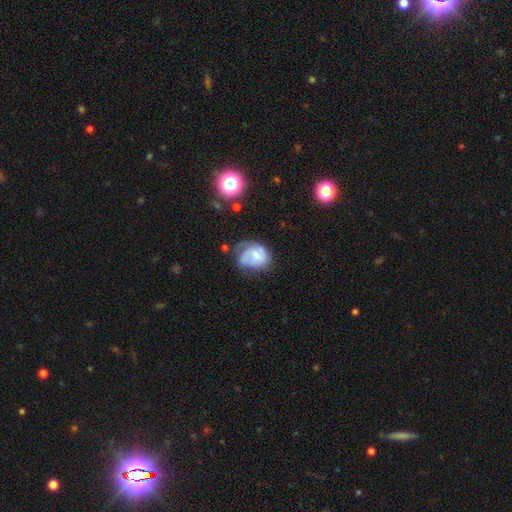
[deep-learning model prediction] Smooth or featured?
  - featured or disk: 53% *
  - smooth: 39%
  - star or artifact: 8%
Edge-on disk?
  - no: 97% *
  - yes: 3%
Bar?
  - no: 57% *
  - weak: 36%
  - strong: 7%
Spiral arms?
  - yes: 73% *
  - no: 27%
Bulge size?
  - small: 52% *
  - moderate: 36%
  - none: 8%
  - large: 3%
  - dominant: 1%
Merging?
  - none: 36% *
  - minor disturbance: 34%
  - major disturbance: 25%
  - merger: 5%